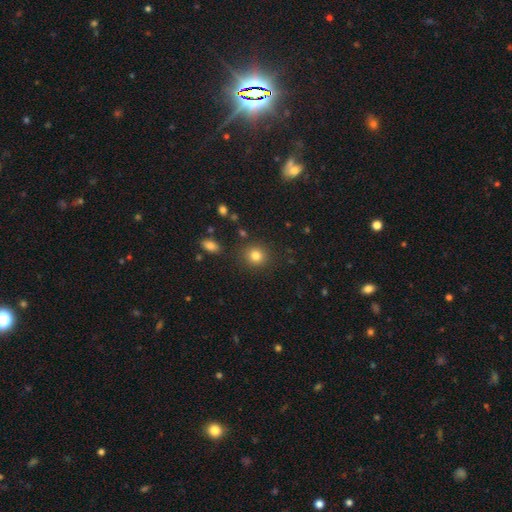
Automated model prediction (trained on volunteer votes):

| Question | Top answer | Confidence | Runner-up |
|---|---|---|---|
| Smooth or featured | smooth | 82% | star or artifact (11%) |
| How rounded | round | 87% | in between (12%) |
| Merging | none | 87% | minor disturbance (7%) |